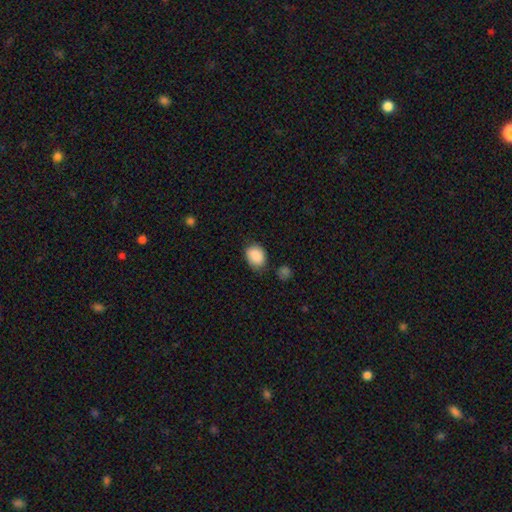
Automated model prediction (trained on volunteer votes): A smooth galaxy with no disk features (88%) that is in between round and cigar-shaped (65%).

Vote fractions:
- Smooth or featured? smooth: 88% / star or artifact: 8% / featured or disk: 4%
- How rounded? in between: 65% / round: 34% / cigar-shaped: 1%
- Merging? none: 69% / minor disturbance: 22% / major disturbance: 5% / merger: 4%